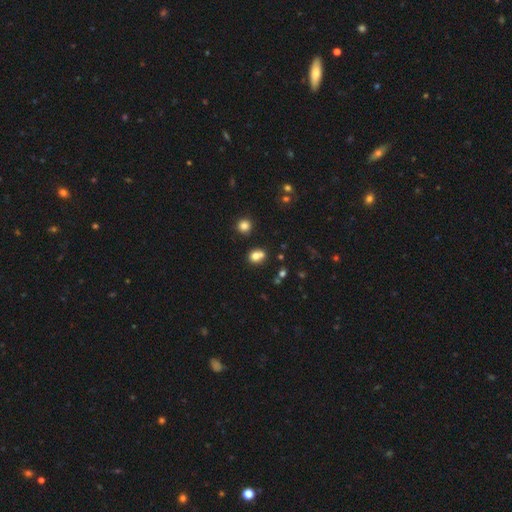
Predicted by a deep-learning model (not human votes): The model was most divided on "merging": none: 48%, merger: 36%, minor disturbance: 12%, major disturbance: 4%. More confident: smooth or featured — smooth (76%); how rounded — round (66%).